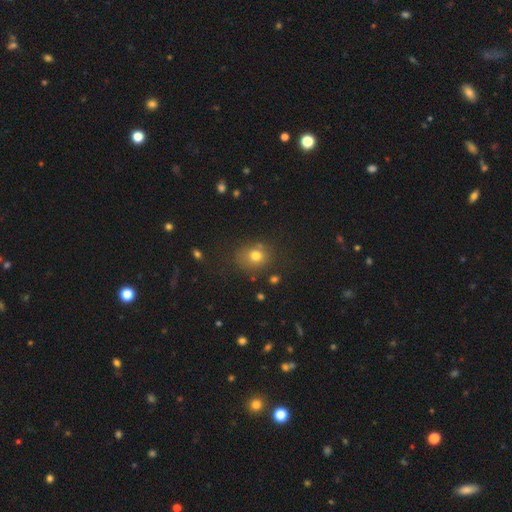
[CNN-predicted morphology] smooth_or_featured: smooth (p=0.75) [alt: star or artifact p=0.15]
how_rounded: round (p=0.71) [alt: in between p=0.28]
merging: none (p=0.72) [alt: minor disturbance p=0.17]